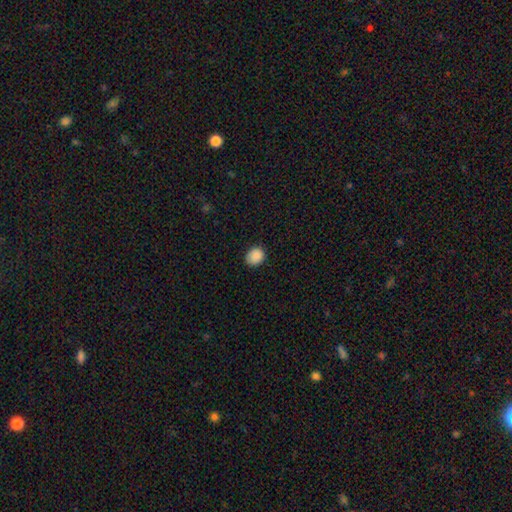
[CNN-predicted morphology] smooth 89%, star or artifact 9%, featured or disk 3%. Down the decision tree: how rounded — round (63%); merging — none (84%).